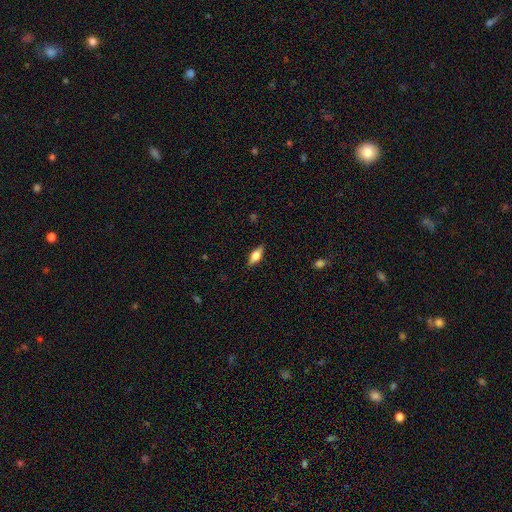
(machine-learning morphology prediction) A smooth galaxy with no disk features (59%) that is in between round and cigar-shaped (73%). Merging: none (86%).